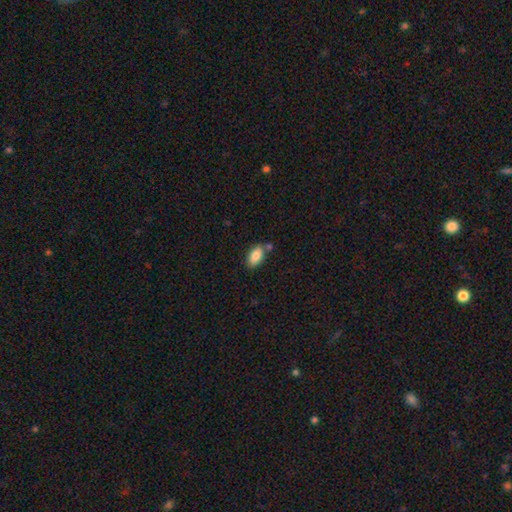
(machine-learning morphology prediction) Smooth or featured: smooth — 86% (star or artifact — 7%)
How rounded: in between — 93% (cigar-shaped — 4%)
Merging: none — 66% (minor disturbance — 15%)